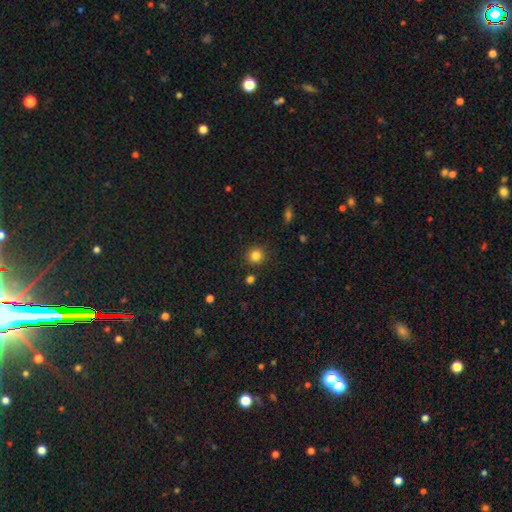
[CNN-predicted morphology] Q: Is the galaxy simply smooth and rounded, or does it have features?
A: smooth — 83%.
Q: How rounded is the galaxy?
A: round — 92%.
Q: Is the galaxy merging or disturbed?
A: none — 88%.